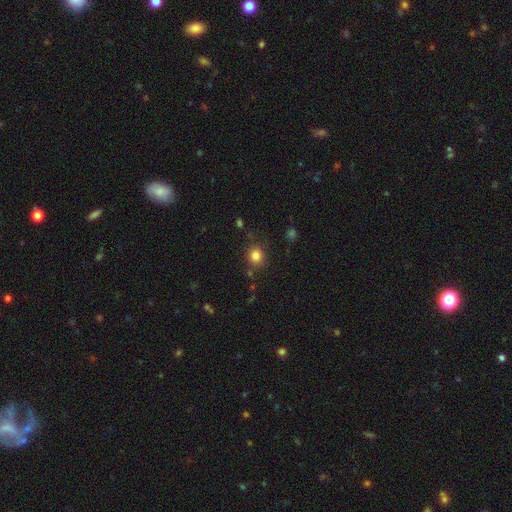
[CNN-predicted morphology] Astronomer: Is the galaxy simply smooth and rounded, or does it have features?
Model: smooth — 82%.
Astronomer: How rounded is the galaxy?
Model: round — 78%.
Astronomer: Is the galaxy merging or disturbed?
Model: none — 82%.